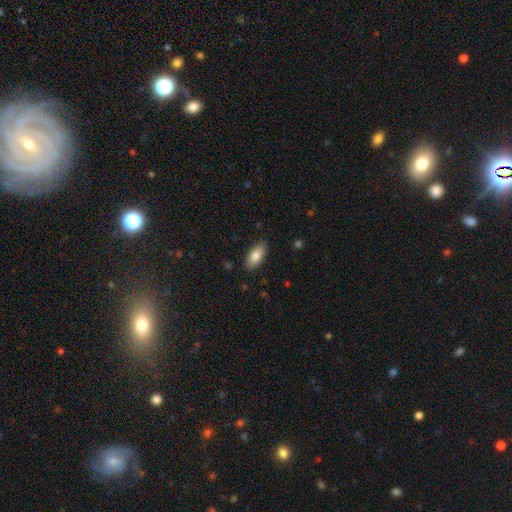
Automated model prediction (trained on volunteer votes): This is clearly a smooth galaxy (84%). How rounded: clearly in between (87%). Merging: clearly none (86%).